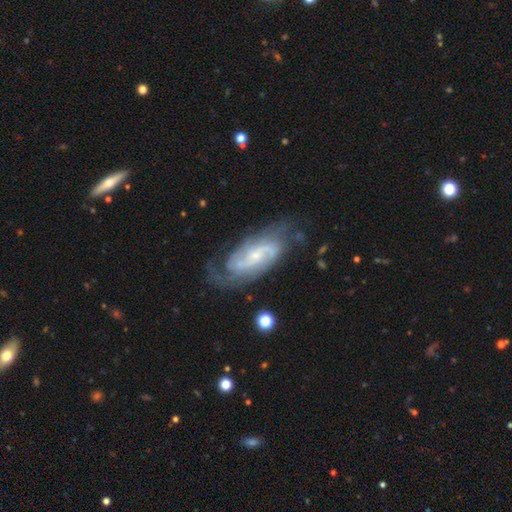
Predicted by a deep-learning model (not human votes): The model was most divided on "bar": no: 44%, weak: 42%, strong: 13%. Remaining: spiral arms — yes (96%); edge-on disk — no (94%); smooth or featured — featured or disk (86%); bulge size — small (71%); merging — none (68%); spiral arm count — 2 (54%); spiral winding — medium (45%).